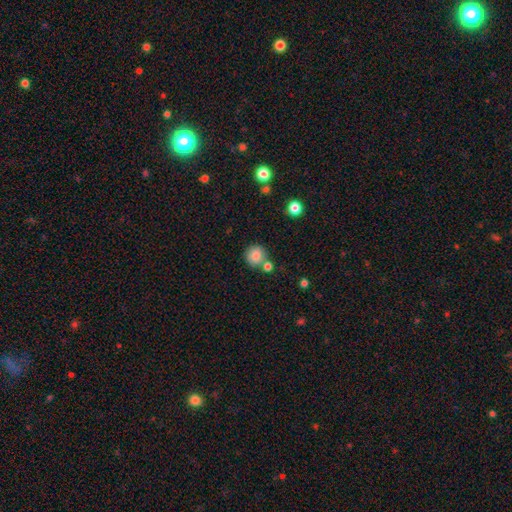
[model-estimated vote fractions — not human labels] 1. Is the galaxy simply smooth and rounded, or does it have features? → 83% smooth, 10% star or artifact, 7% featured or disk.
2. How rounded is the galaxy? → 92% round, 7% in between, 1% cigar-shaped.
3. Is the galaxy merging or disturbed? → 71% none, 17% merger, 10% minor disturbance, 3% major disturbance.